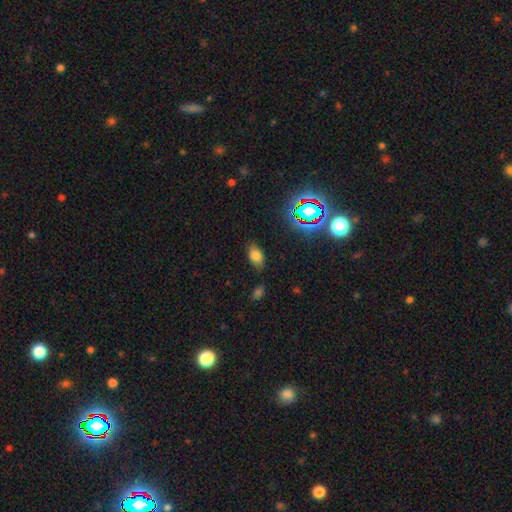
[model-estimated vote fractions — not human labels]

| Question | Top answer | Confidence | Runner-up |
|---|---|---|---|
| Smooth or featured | smooth | 73% | star or artifact (17%) |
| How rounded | in between | 89% | round (9%) |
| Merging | none | 80% | minor disturbance (15%) |